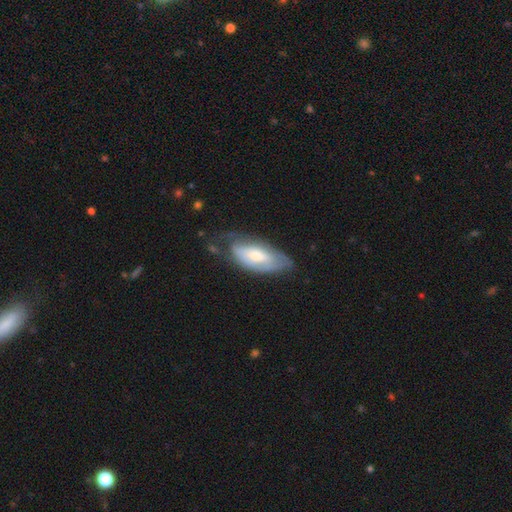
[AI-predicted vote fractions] Smooth or featured?
  - featured or disk: 50% *
  - smooth: 44%
  - star or artifact: 5%
Edge-on disk?
  - no: 85% *
  - yes: 15%
Merging?
  - none: 44% *
  - minor disturbance: 33%
  - major disturbance: 20%
  - merger: 3%